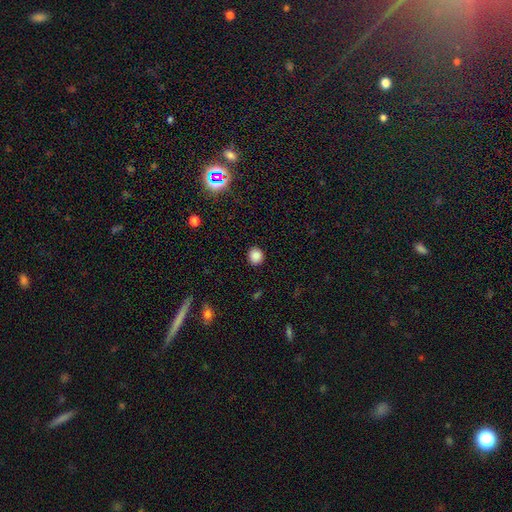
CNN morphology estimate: smooth_or_featured: smooth (p=0.86) [alt: star or artifact p=0.11]
how_rounded: round (p=0.88) [alt: in between p=0.11]
merging: none (p=0.91) [alt: minor disturbance p=0.06]